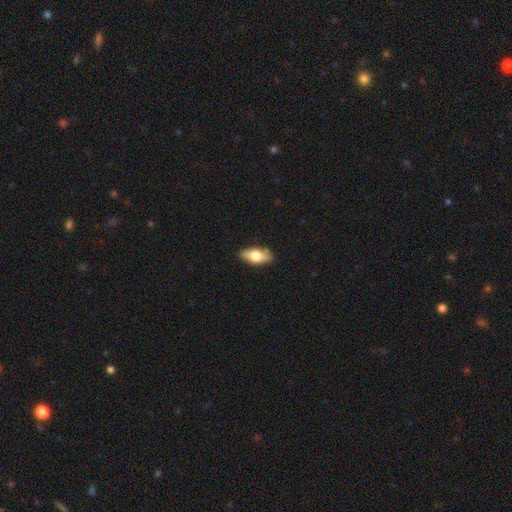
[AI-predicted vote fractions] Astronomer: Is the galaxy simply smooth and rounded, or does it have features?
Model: smooth — 66%.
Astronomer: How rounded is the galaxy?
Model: in between — 83%.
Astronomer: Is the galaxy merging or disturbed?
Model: none — 83%.